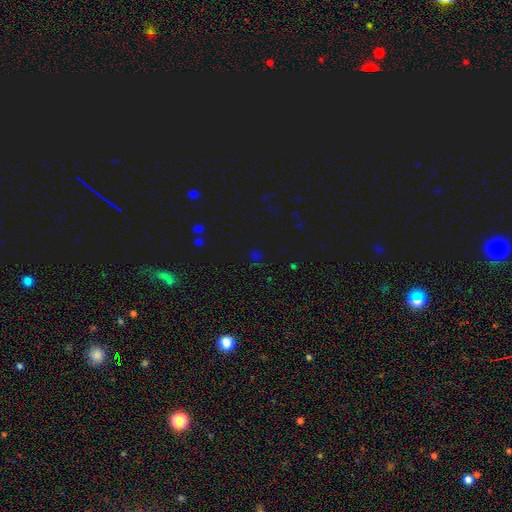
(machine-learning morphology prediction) Overall: star or artifact (58%; smooth 35%).